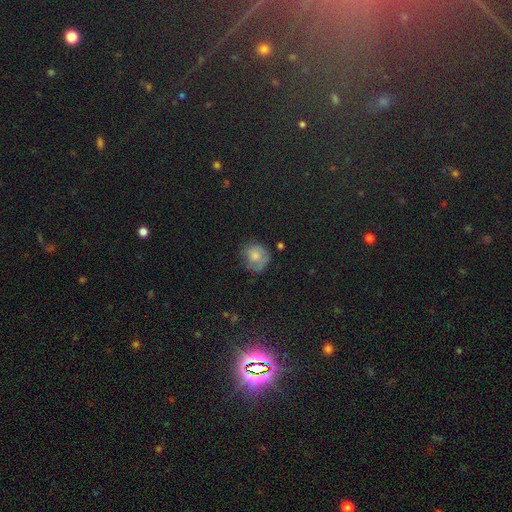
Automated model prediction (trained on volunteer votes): A smooth galaxy with no disk features (71%) that is round (79%). Merging: none (60%).